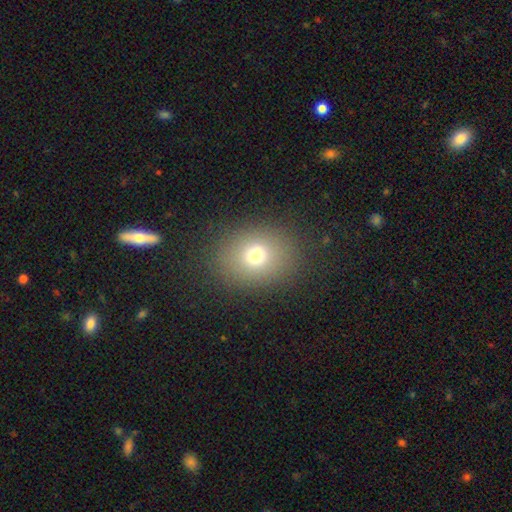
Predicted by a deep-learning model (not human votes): Morphology: type=smooth (71%); roundness=round (50%); merging=none (84%).